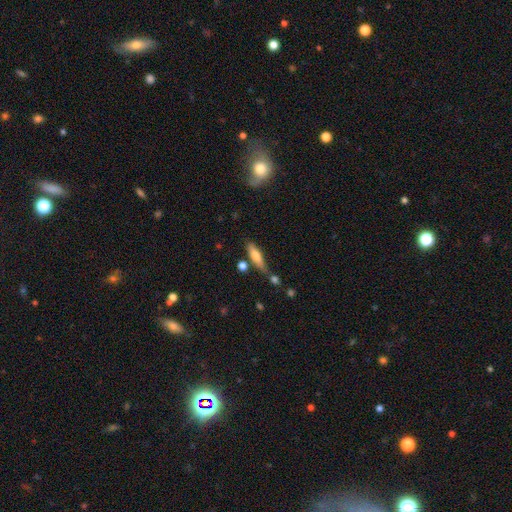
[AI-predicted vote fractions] Smooth or featured? smooth (66%)
How rounded? cigar-shaped (67%)
Merging? none (62%)